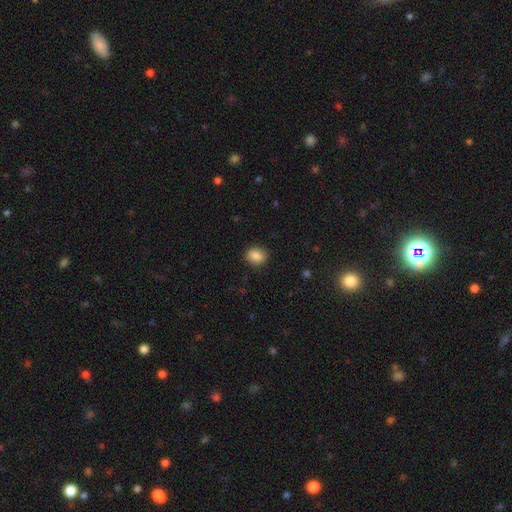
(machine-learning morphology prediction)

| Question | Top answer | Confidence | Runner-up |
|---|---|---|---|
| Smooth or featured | smooth | 86% | star or artifact (8%) |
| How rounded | round | 56% | in between (42%) |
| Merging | none | 88% | minor disturbance (9%) |